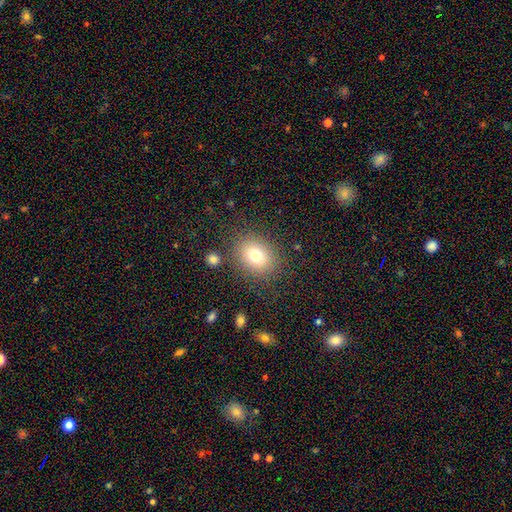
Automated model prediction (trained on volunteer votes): smooth_or_featured: smooth (p=0.76) [alt: star or artifact p=0.12]
how_rounded: round (p=0.54) [alt: in between p=0.45]
merging: none (p=0.82) [alt: minor disturbance p=0.10]